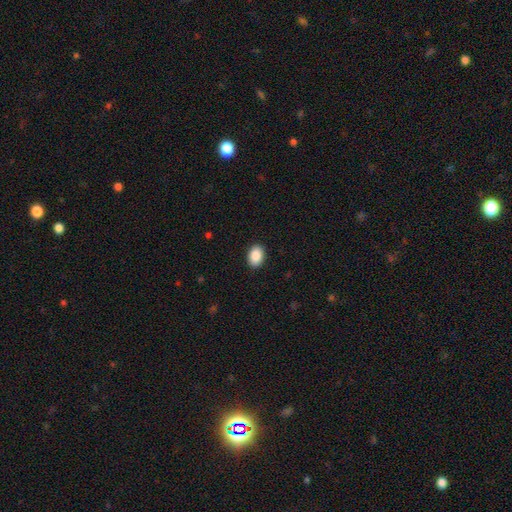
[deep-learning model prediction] smooth_or_featured: smooth (p=0.90) [alt: star or artifact p=0.07]
how_rounded: in between (p=0.83) [alt: round p=0.16]
merging: none (p=0.90) [alt: minor disturbance p=0.07]